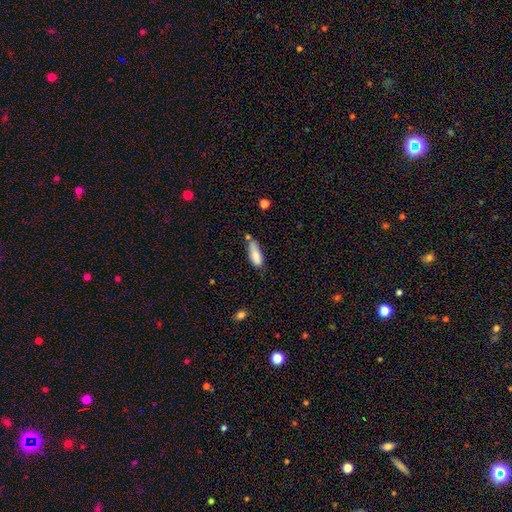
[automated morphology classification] This appears to be a smooth galaxy with no disk features (82%) that is in between round and cigar-shaped (64%). Merging: none (49%).